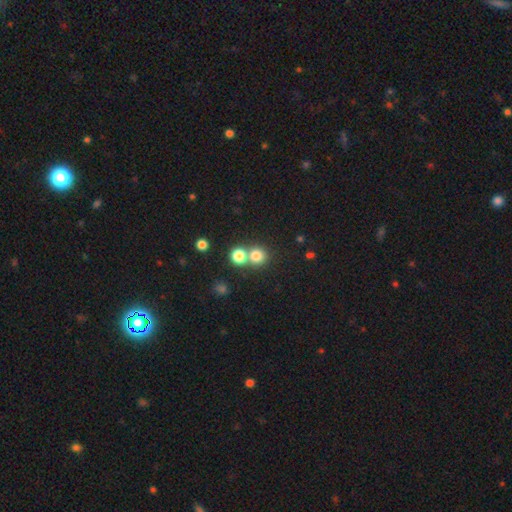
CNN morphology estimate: Q: Smooth or featured?
A: smooth (78%); runner-up: star or artifact (15%)
Q: How rounded?
A: round (90%); runner-up: in between (9%)
Q: Merging?
A: none (58%); runner-up: merger (32%)